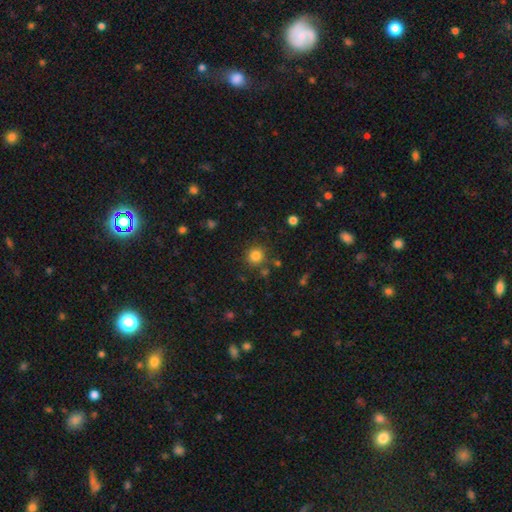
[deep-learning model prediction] smooth-or-featured: smooth: 82% | star or artifact: 13% | featured or disk: 6%
  how-rounded: round: 91% | in between: 8% | cigar-shaped: 1%
  merging: none: 83% | minor disturbance: 9% | merger: 5% | major disturbance: 3%